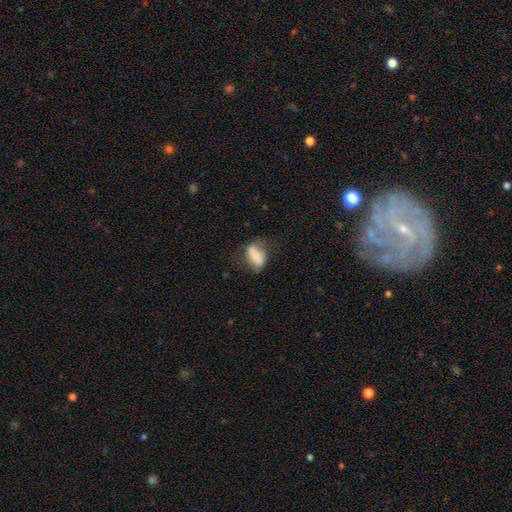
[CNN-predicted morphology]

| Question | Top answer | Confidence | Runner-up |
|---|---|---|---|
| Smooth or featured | smooth | 63% | featured or disk (28%) |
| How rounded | in between | 81% | cigar-shaped (10%) |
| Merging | none | 44% | minor disturbance (30%) |